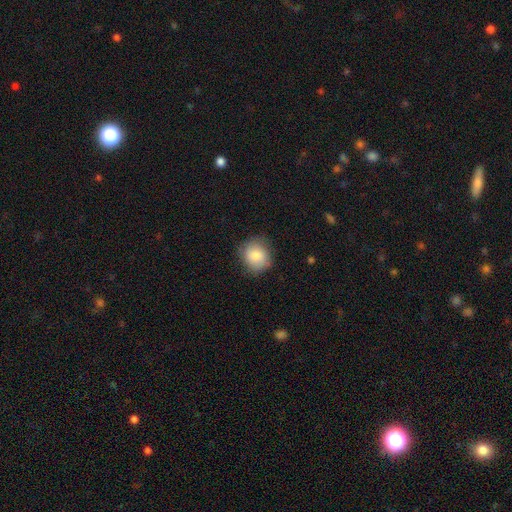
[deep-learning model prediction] Smooth or featured?
  - smooth: 85% *
  - featured or disk: 8%
  - star or artifact: 7%
How rounded?
  - round: 79% *
  - in between: 20%
  - cigar-shaped: 1%
Merging?
  - none: 78% *
  - minor disturbance: 17%
  - major disturbance: 4%
  - merger: 1%